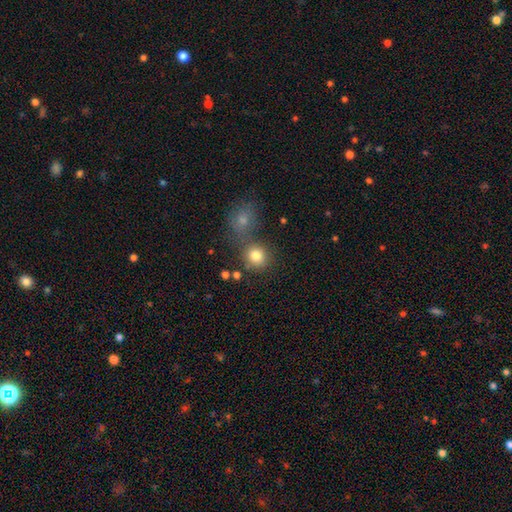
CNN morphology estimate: smooth_or_featured: smooth (p=0.80) [alt: star or artifact p=0.12]
how_rounded: round (p=0.85) [alt: in between p=0.14]
merging: none (p=0.64) [alt: merger p=0.22]